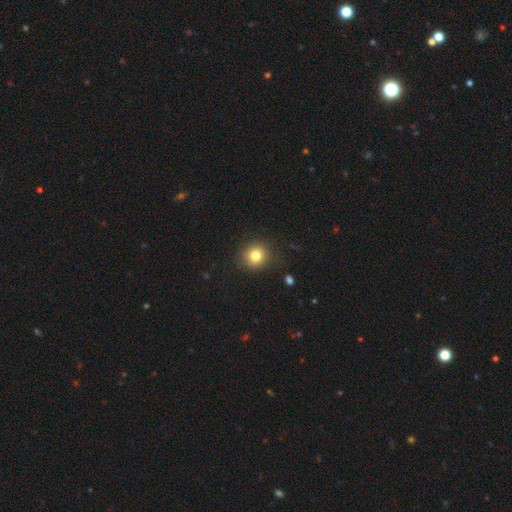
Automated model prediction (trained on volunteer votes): Morphology: type=smooth (81%); roundness=round (87%); merging=none (87%).